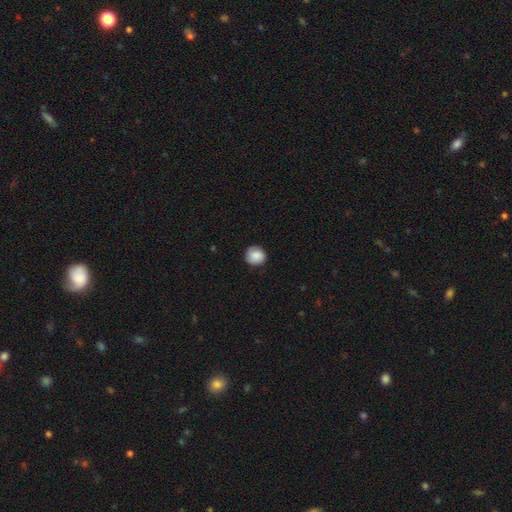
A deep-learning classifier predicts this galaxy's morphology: Smooth or featured? smooth (83%)
How rounded? round (88%)
Merging? none (83%)